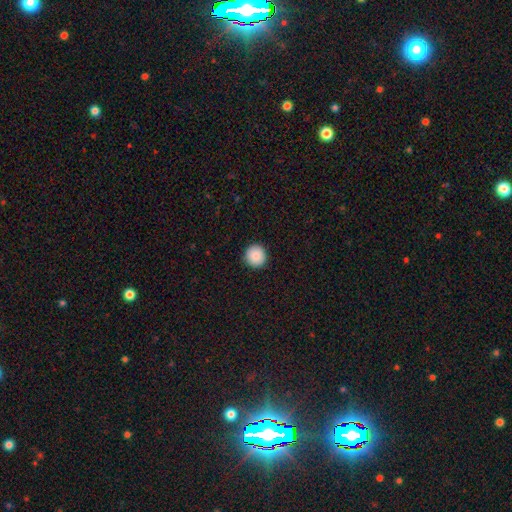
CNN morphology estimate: This appears to be a smooth galaxy with no disk features (88%) that is round (95%). Merging: none (93%).